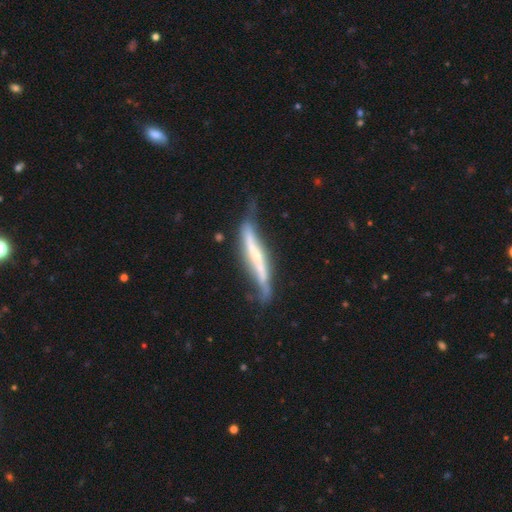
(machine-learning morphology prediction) featured or disk 71%, smooth 23%, star or artifact 6%. Down the decision tree: edge-on disk — yes (74%); edge-on bulge — none (45%); merging — none (48%).